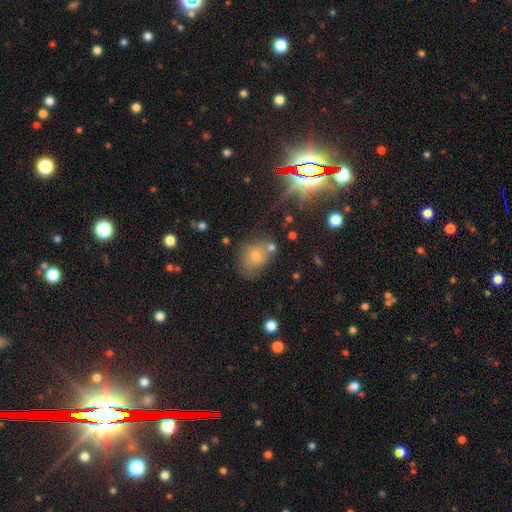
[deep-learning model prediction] Smooth or featured? Predicted: smooth (p=0.70). How rounded? Predicted: in between (p=0.54). Merging? Predicted: none (p=0.49).